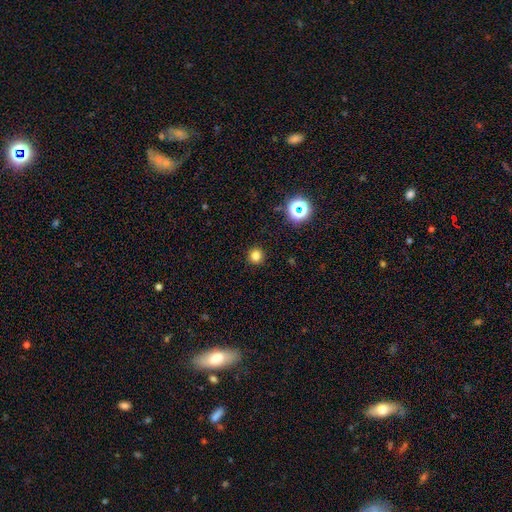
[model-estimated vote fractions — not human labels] Q: Smooth or featured?
A: smooth (78%); runner-up: star or artifact (16%)
Q: How rounded?
A: round (93%); runner-up: in between (6%)
Q: Merging?
A: none (92%); runner-up: minor disturbance (5%)